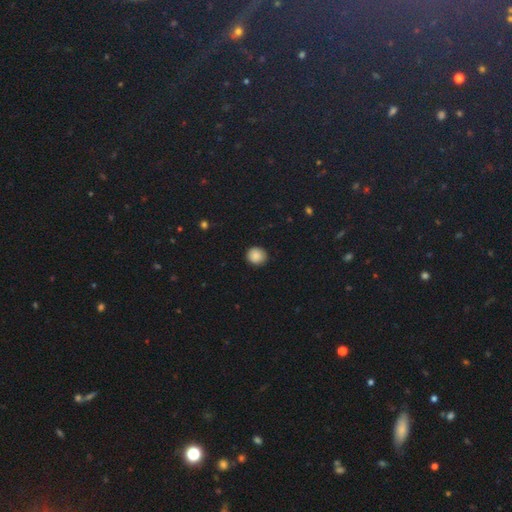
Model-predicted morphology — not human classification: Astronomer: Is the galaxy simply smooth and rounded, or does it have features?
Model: smooth — 87%.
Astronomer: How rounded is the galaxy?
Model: round — 87%.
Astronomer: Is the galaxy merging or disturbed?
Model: none — 90%.